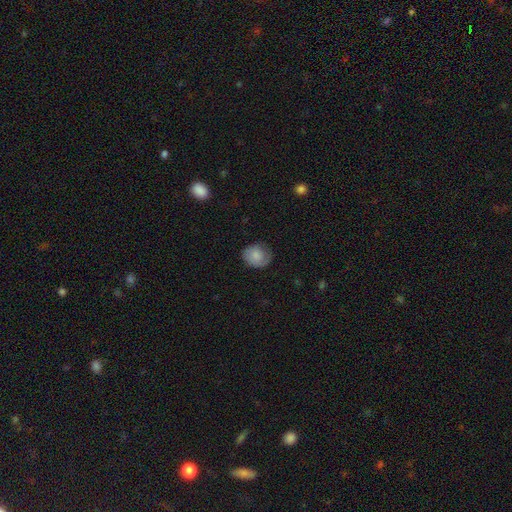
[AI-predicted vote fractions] Q: Smooth or featured?
A: smooth (77%); runner-up: featured or disk (16%)
Q: How rounded?
A: round (64%); runner-up: in between (36%)
Q: Merging?
A: none (70%); runner-up: minor disturbance (23%)